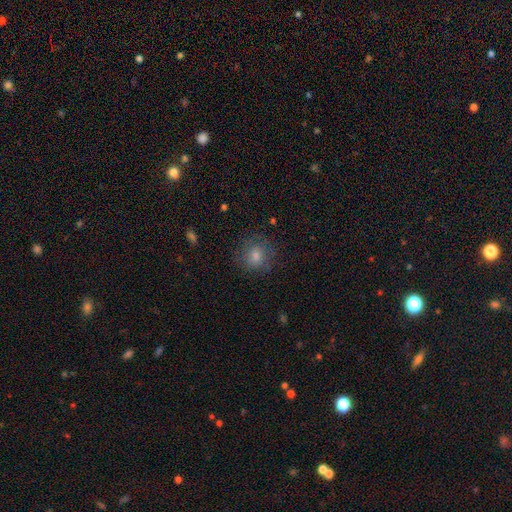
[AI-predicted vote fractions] Smooth or featured? Predicted: smooth (p=0.70). How rounded? Predicted: round (p=0.83). Merging? Predicted: none (p=0.80).